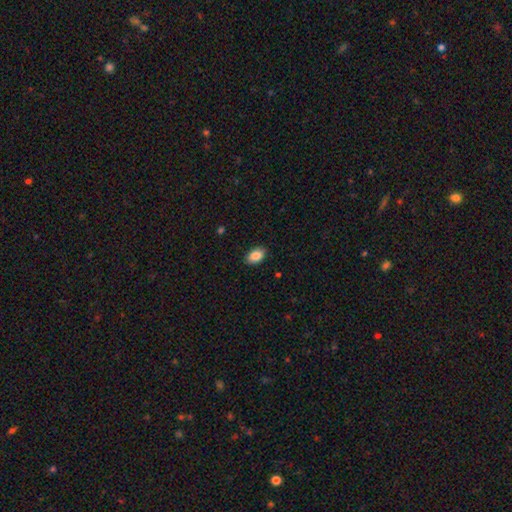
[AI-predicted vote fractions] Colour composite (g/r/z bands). It shows a smooth galaxy with no disk features (87%) that is in between round and cigar-shaped (90%). Merging: none (88%).